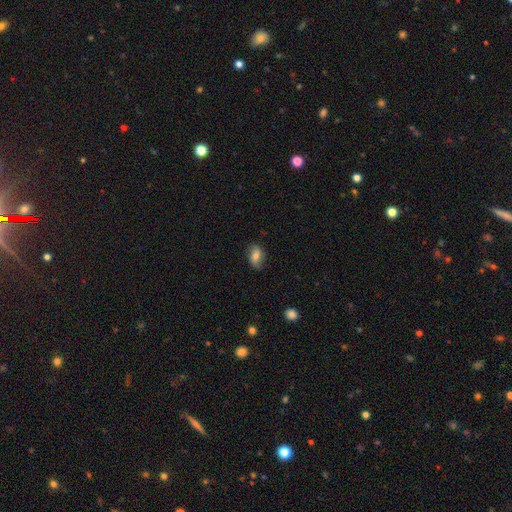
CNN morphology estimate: This is likely a smooth galaxy (66%). How rounded: clearly in between (86%). Merging: likely none (74%).